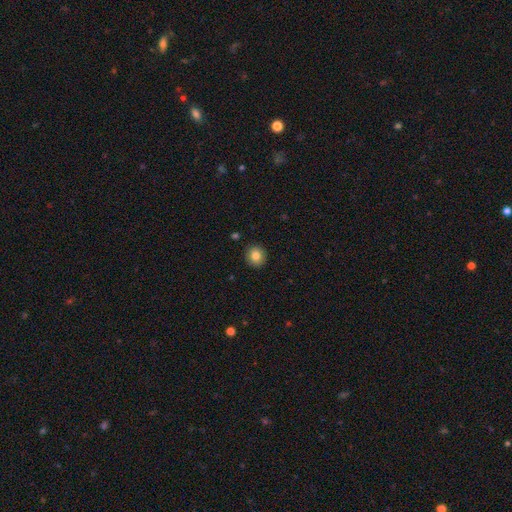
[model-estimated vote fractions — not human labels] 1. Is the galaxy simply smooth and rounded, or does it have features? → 82% smooth, 10% star or artifact, 8% featured or disk.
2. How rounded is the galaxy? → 88% round, 11% in between, 1% cigar-shaped.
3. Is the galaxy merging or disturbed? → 91% none, 6% minor disturbance, 2% major disturbance, 1% merger.